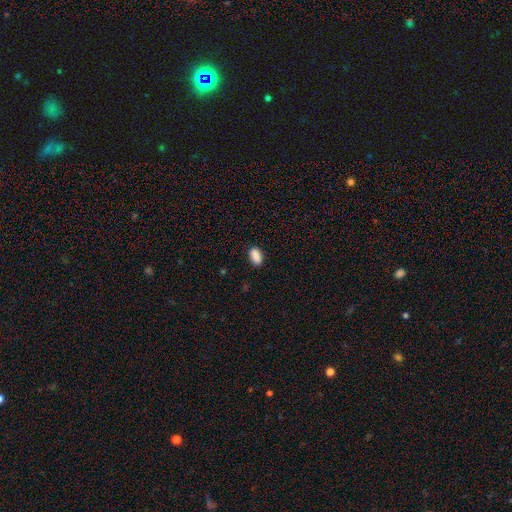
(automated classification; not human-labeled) A smooth galaxy with no disk features (89%) that is in between round and cigar-shaped (91%).

Vote fractions:
- Smooth or featured? smooth: 89% / star or artifact: 8% / featured or disk: 3%
- How rounded? in between: 91% / round: 5% / cigar-shaped: 4%
- Merging? none: 86% / minor disturbance: 11% / major disturbance: 2% / merger: 1%